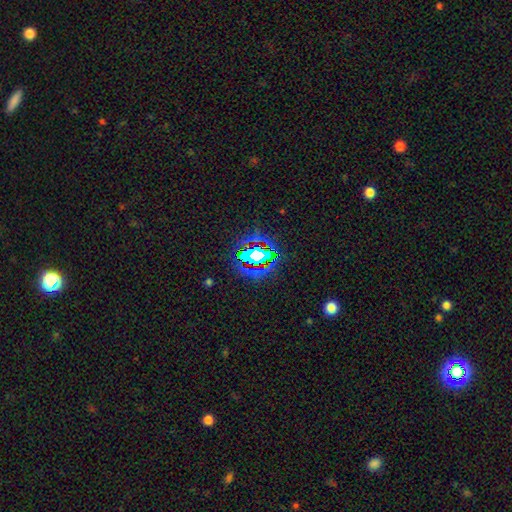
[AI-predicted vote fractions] A star or artifact, not a galaxy (67%).

Vote fractions:
- Smooth or featured? star or artifact: 67% / smooth: 19% / featured or disk: 15%